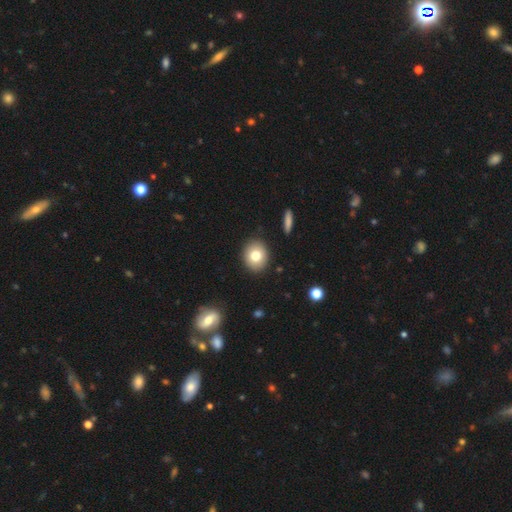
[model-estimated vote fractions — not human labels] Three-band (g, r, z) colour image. It shows a smooth galaxy with no disk features (78%) that is round (62%). Merging: none (89%).